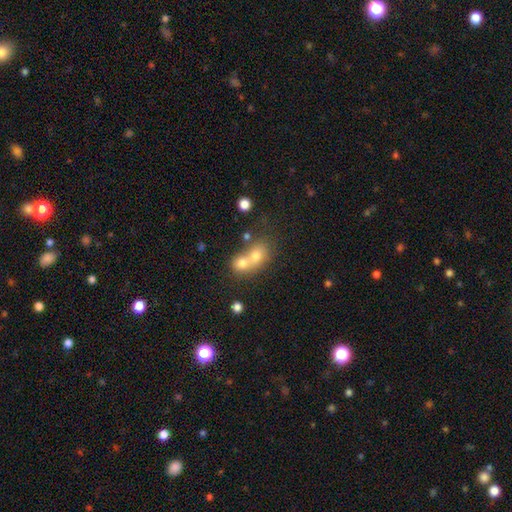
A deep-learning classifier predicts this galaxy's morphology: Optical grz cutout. It shows a smooth galaxy with no disk features (71%) that is round (49%, tied with in between). Merging: merger (73%).